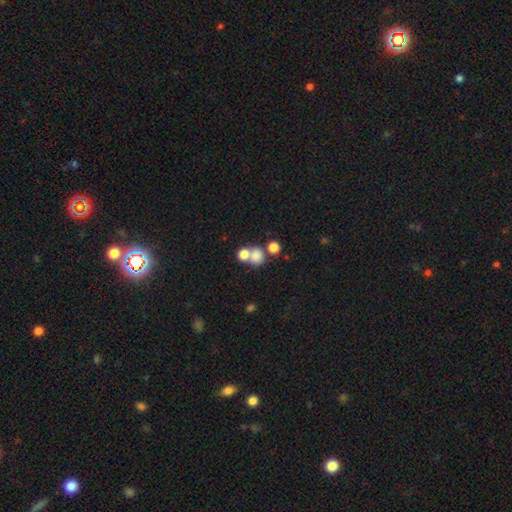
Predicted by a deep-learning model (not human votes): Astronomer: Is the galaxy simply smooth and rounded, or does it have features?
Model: smooth — 77%.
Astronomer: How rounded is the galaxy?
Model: round — 77%.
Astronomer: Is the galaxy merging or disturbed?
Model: merger — 48% (runner-up: none, 41%).